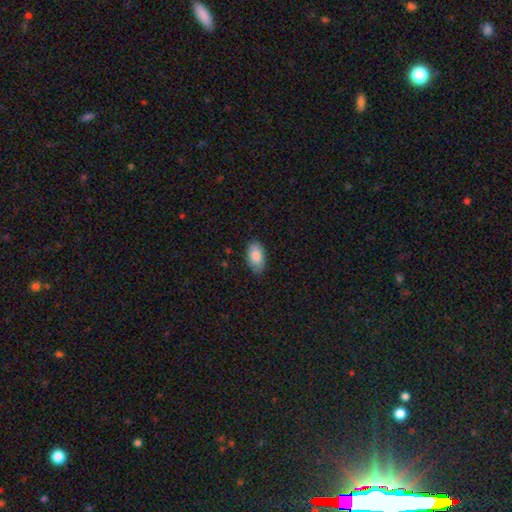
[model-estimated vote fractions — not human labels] smooth-or-featured: smooth: 85% | featured or disk: 9% | star or artifact: 6%
  how-rounded: in between: 94% | round: 4% | cigar-shaped: 2%
  merging: none: 82% | minor disturbance: 14% | major disturbance: 2% | merger: 1%